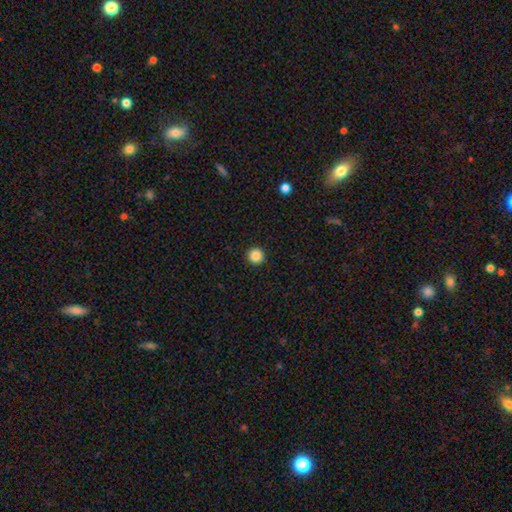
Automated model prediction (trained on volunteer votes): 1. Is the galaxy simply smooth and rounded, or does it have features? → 87% smooth, 10% star or artifact, 3% featured or disk.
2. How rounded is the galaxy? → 96% round, 3% in between, 1% cigar-shaped.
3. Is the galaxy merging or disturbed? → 94% none, 4% minor disturbance, 2% major disturbance, 1% merger.